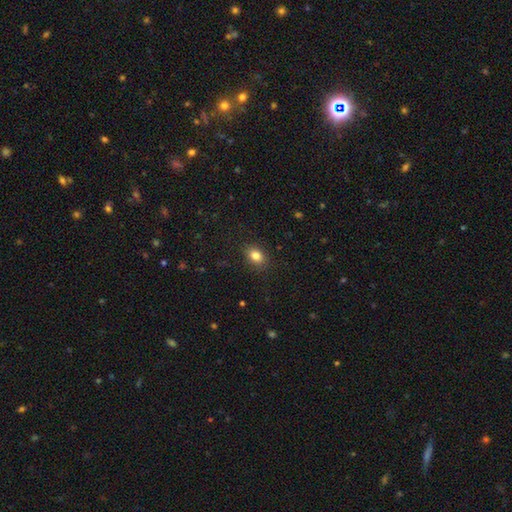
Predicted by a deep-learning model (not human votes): Overall: smooth (84%). How rounded: in between (68%; round 31%). Merging: none (87%).